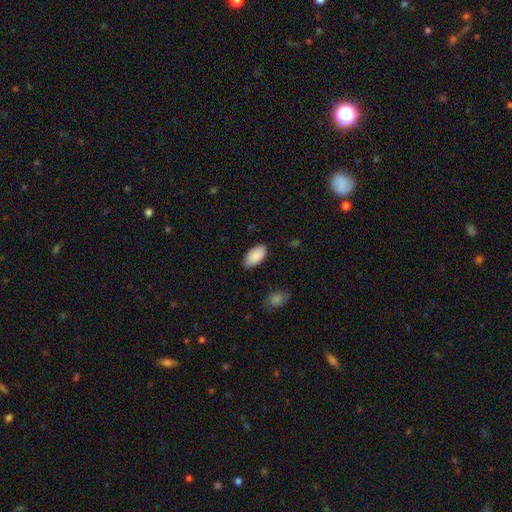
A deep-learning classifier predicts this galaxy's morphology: type=smooth (89%); roundness=in between (95%); merging=none (83%).